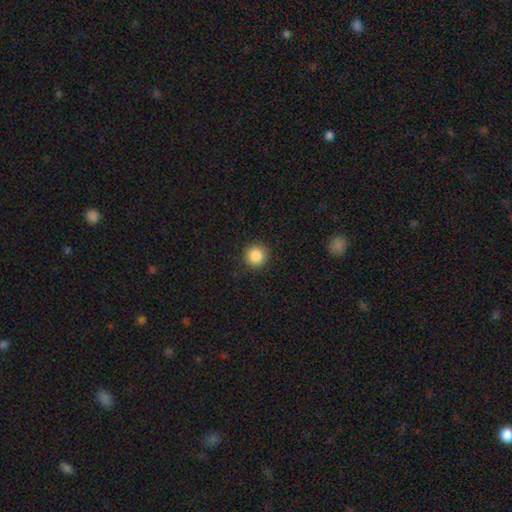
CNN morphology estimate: Smooth or featured: smooth — 87% (star or artifact — 10%)
How rounded: round — 95% (in between — 4%)
Merging: none — 92% (minor disturbance — 5%)